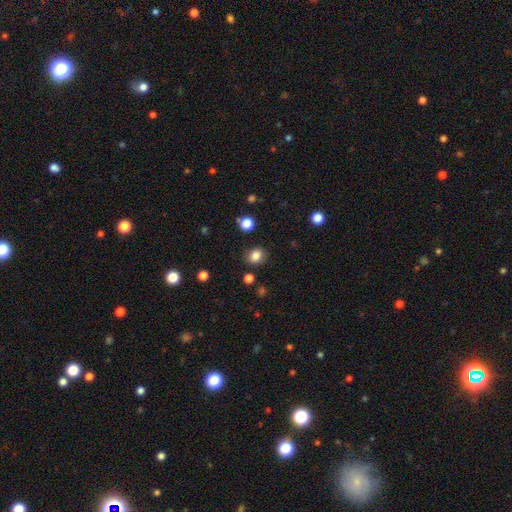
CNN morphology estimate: Smooth or featured: smooth — 83% (star or artifact — 12%)
How rounded: round — 68% (in between — 31%)
Merging: none — 86% (minor disturbance — 9%)